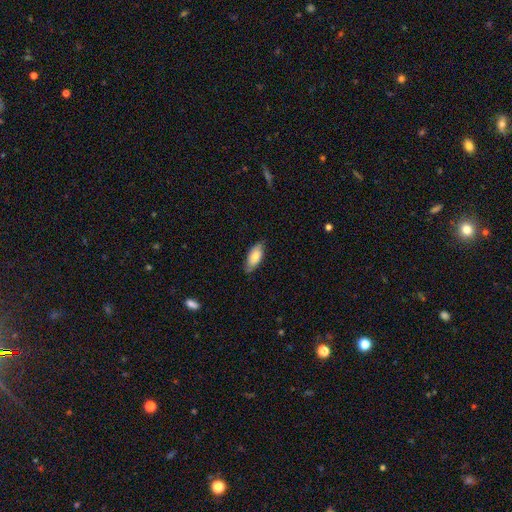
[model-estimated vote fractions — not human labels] smooth-or-featured: smooth: 77% | featured or disk: 16% | star or artifact: 6%
  how-rounded: in between: 84% | cigar-shaped: 14% | round: 2%
  merging: none: 79% | minor disturbance: 17% | major disturbance: 3% | merger: 1%